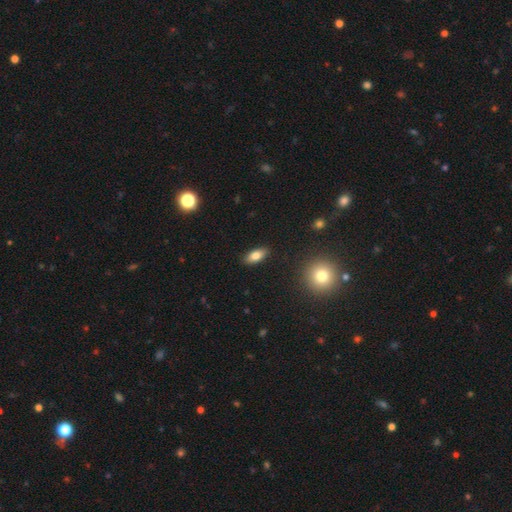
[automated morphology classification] A smooth galaxy with no disk features (80%) that is in between round and cigar-shaped (85%). Merging: none (89%).